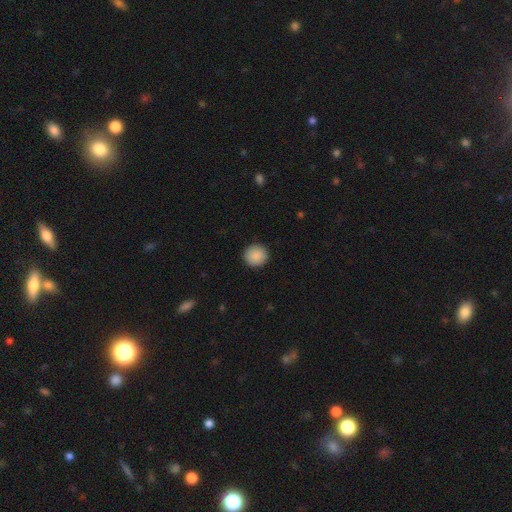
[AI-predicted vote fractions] Overall: smooth (90%). How rounded: round (94%). Merging: none (92%).